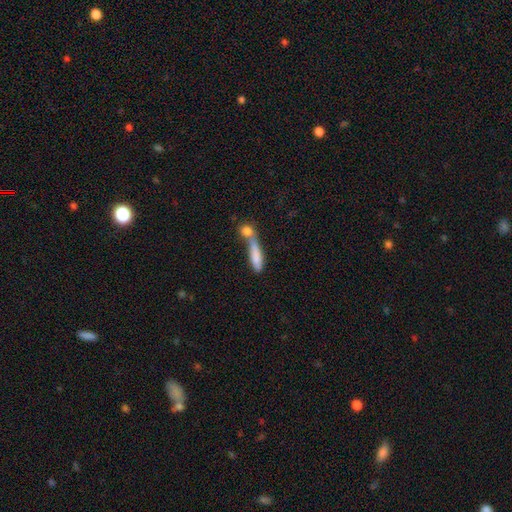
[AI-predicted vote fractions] Q: Smooth or featured?
A: smooth (77%); runner-up: featured or disk (16%)
Q: How rounded?
A: cigar-shaped (64%); runner-up: in between (31%)
Q: Merging?
A: merger (54%); runner-up: none (27%)